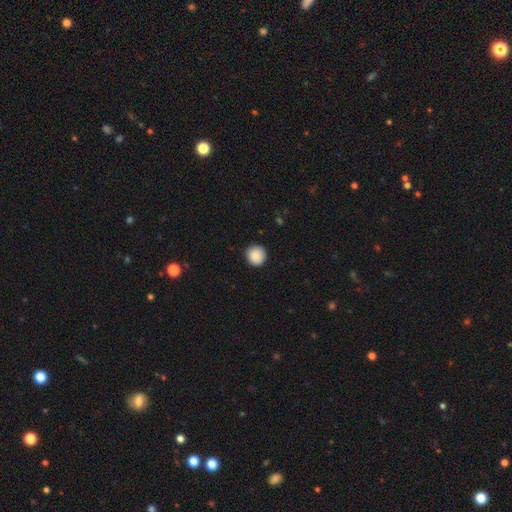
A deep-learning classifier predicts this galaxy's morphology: smooth 89%, star or artifact 8%, featured or disk 3%. Down the decision tree: how rounded — round (95%); merging — none (92%).